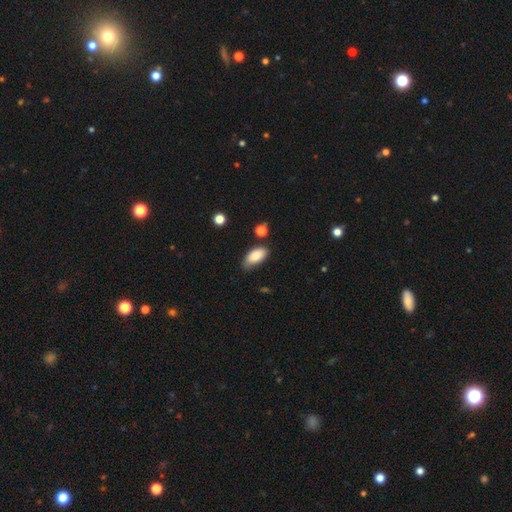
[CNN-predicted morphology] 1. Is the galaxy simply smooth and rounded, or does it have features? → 86% smooth, 7% star or artifact, 6% featured or disk.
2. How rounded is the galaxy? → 92% in between, 5% cigar-shaped, 3% round.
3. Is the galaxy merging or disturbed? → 64% none, 27% minor disturbance, 5% major disturbance, 3% merger.